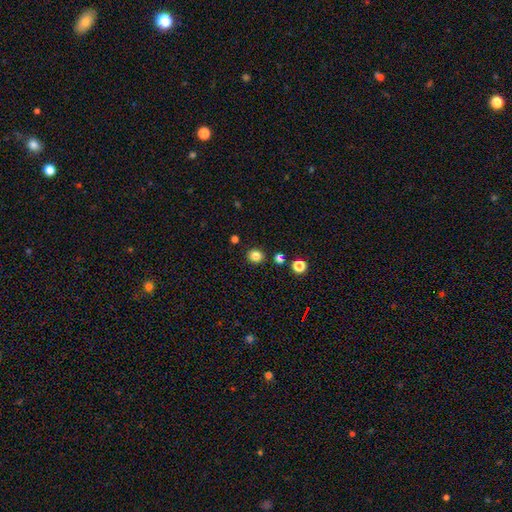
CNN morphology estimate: smooth 83%, star or artifact 12%, featured or disk 5%. Down the decision tree: how rounded — round (77%); merging — none (86%).